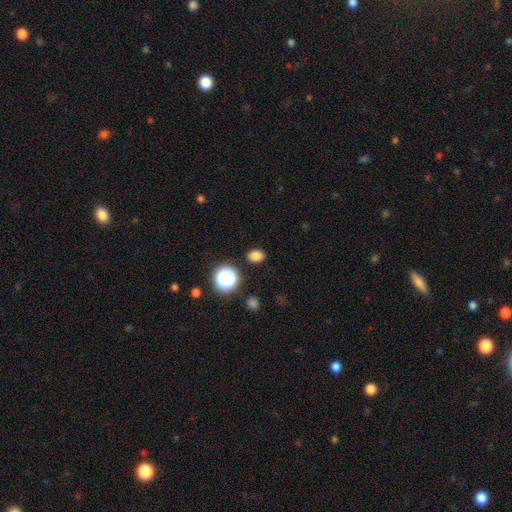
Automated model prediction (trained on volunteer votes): Smooth or featured?
  - smooth: 80% *
  - star or artifact: 16%
  - featured or disk: 4%
How rounded?
  - in between: 54% *
  - round: 45%
  - cigar-shaped: 1%
Merging?
  - none: 87% *
  - minor disturbance: 8%
  - major disturbance: 3%
  - merger: 2%